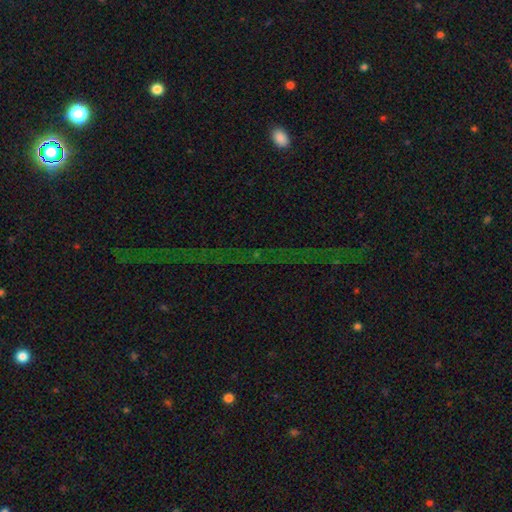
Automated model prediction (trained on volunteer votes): Morphology: type=star or artifact (74%).